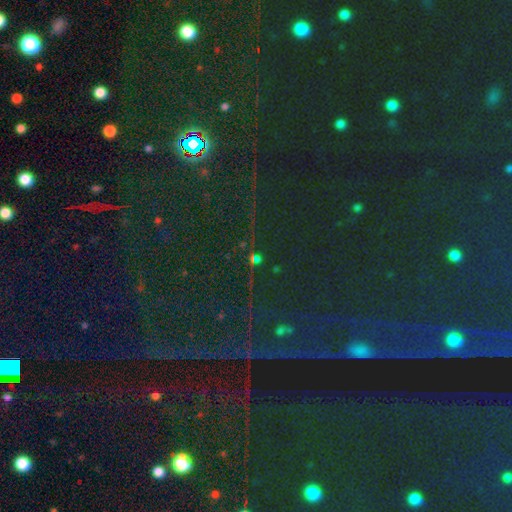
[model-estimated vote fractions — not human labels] Smooth or featured? star or artifact (82%)